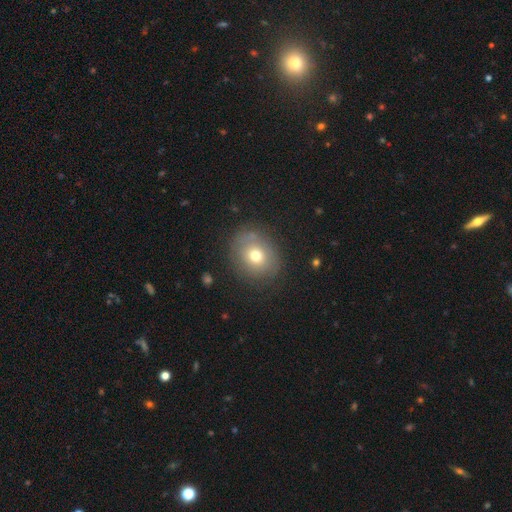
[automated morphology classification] Q: Smooth or featured?
A: smooth (68%); runner-up: featured or disk (21%)
Q: How rounded?
A: round (61%); runner-up: in between (38%)
Q: Merging?
A: none (78%); runner-up: minor disturbance (15%)